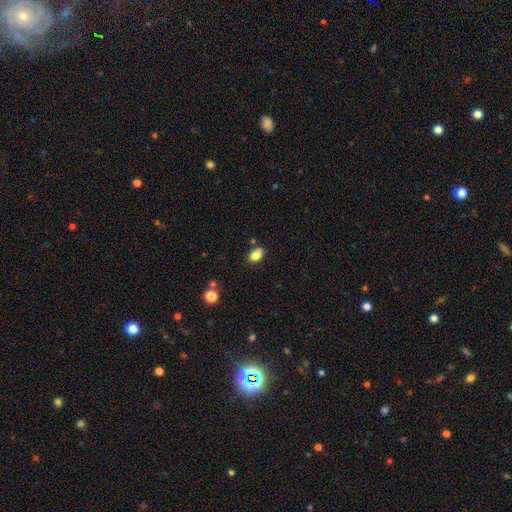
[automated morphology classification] This is clearly a smooth galaxy (83%). How rounded: clearly in between (90%). Merging: likely none (79%).